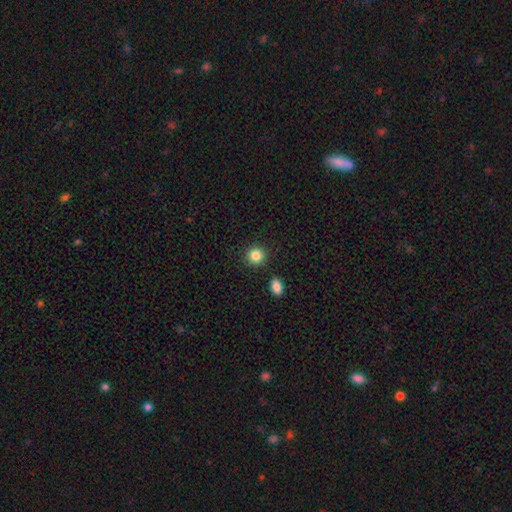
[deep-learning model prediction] smooth-or-featured: smooth: 85% | star or artifact: 10% | featured or disk: 5%
  how-rounded: round: 89% | in between: 10% | cigar-shaped: 1%
  merging: none: 88% | minor disturbance: 6% | merger: 3% | major disturbance: 2%